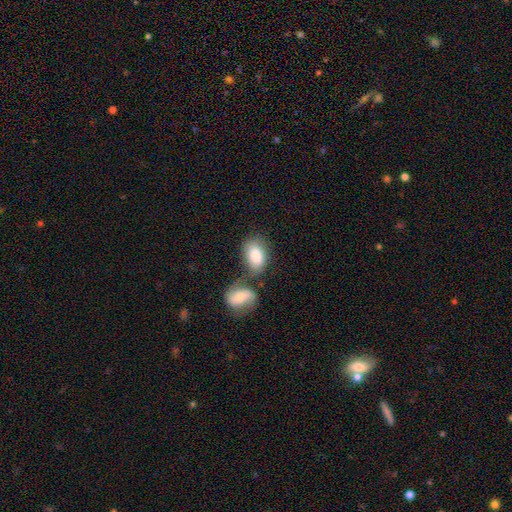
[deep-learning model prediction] This is clearly a smooth galaxy (84%). How rounded: clearly in between (91%). Merging: marginally merger (41%).